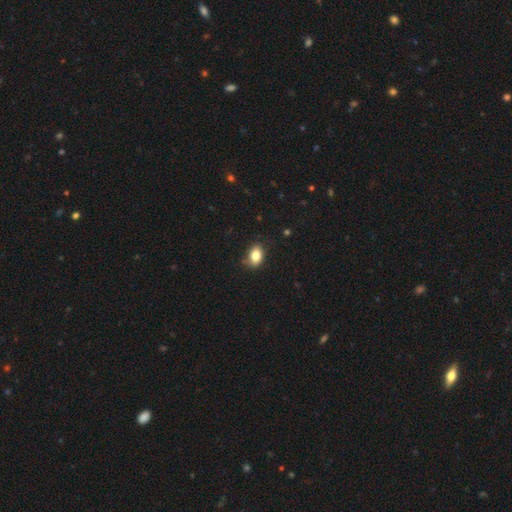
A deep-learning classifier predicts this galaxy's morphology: smooth-or-featured: smooth: 82% | featured or disk: 9% | star or artifact: 9%
  how-rounded: in between: 83% | round: 15% | cigar-shaped: 2%
  merging: none: 70% | minor disturbance: 23% | major disturbance: 5% | merger: 2%